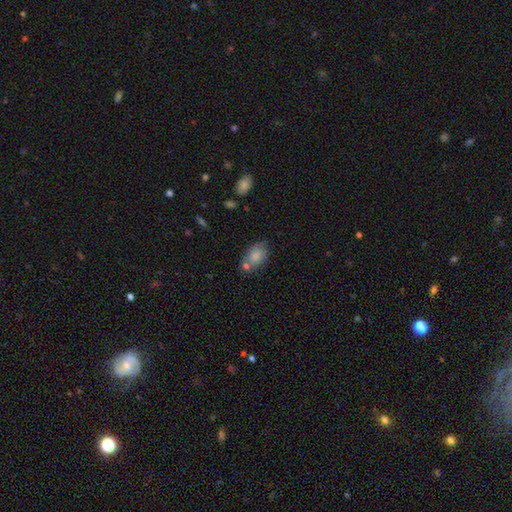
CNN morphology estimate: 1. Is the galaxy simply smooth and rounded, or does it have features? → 81% smooth, 11% featured or disk, 8% star or artifact.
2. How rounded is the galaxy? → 86% in between, 12% round, 2% cigar-shaped.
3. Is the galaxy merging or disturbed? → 54% none, 22% merger, 18% minor disturbance, 5% major disturbance.